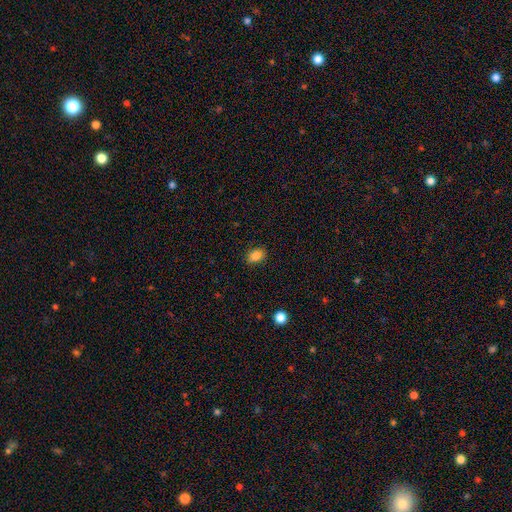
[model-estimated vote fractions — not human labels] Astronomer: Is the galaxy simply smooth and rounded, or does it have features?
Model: smooth — 86%.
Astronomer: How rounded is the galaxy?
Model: in between — 75%.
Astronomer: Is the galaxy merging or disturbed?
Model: none — 87%.